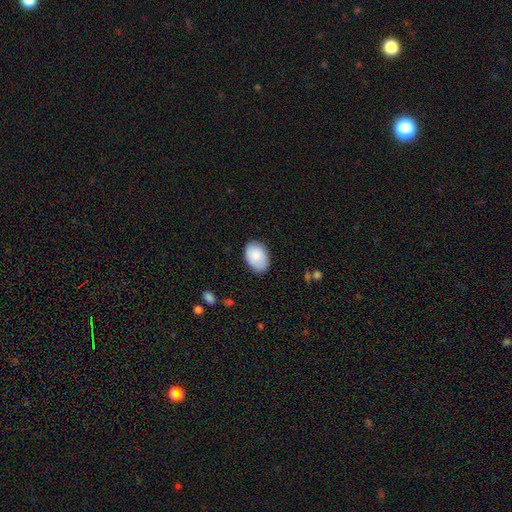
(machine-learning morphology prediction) Smooth or featured? Predicted: smooth (p=0.86). How rounded? Predicted: in between (p=0.87). Merging? Predicted: none (p=0.83).